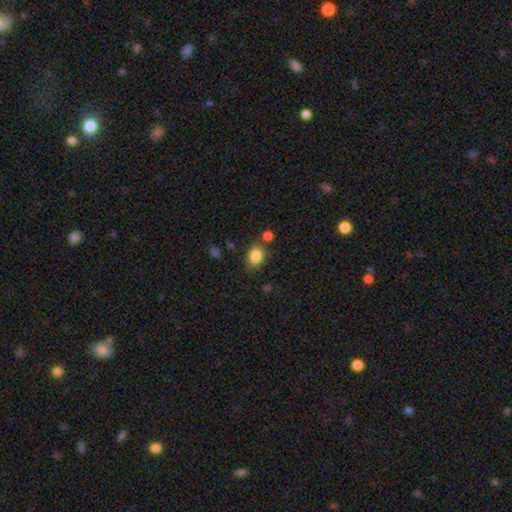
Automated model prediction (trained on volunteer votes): The model was most divided on "how rounded": in between: 62%, round: 37%, cigar-shaped: 1%. More confident: smooth or featured — smooth (84%); merging — none (66%).